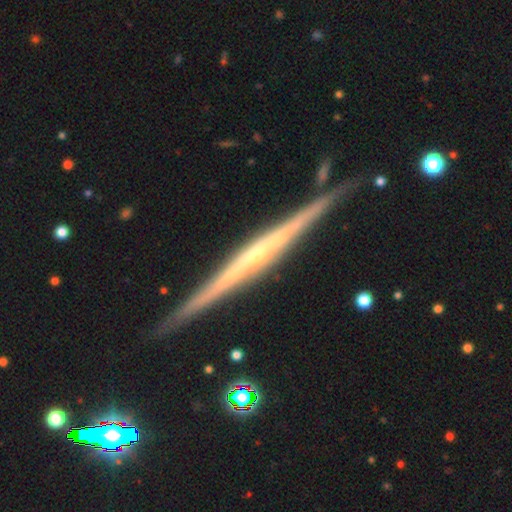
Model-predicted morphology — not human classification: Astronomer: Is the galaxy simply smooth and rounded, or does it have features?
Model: featured or disk — 85%.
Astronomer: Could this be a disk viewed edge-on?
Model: yes — 98%.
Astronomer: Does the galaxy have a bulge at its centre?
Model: none — 46% (runner-up: rounded, 44%).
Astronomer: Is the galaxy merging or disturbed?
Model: none — 88%.